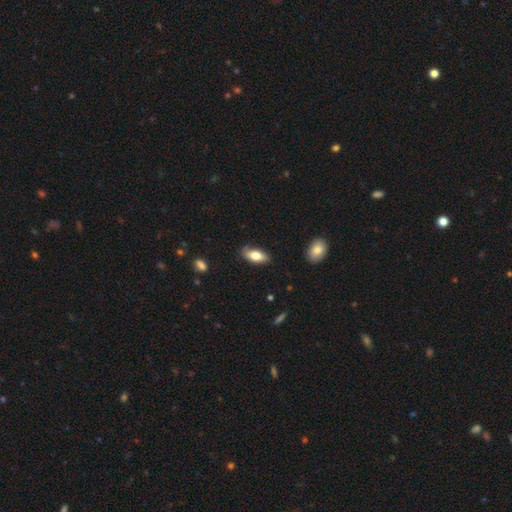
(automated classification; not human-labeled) Smooth or featured: smooth — 76% (featured or disk — 18%)
How rounded: in between — 86% (cigar-shaped — 11%)
Merging: none — 80% (minor disturbance — 16%)